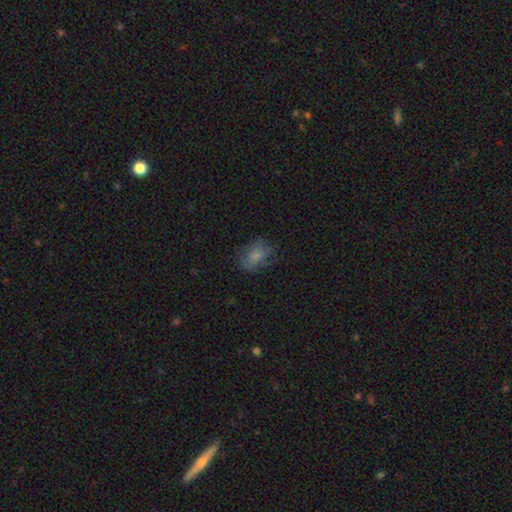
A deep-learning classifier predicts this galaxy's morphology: Smooth or featured?
  - smooth: 72% *
  - featured or disk: 17%
  - star or artifact: 11%
How rounded?
  - in between: 72% *
  - round: 26%
  - cigar-shaped: 2%
Merging?
  - none: 64% *
  - minor disturbance: 23%
  - major disturbance: 11%
  - merger: 1%